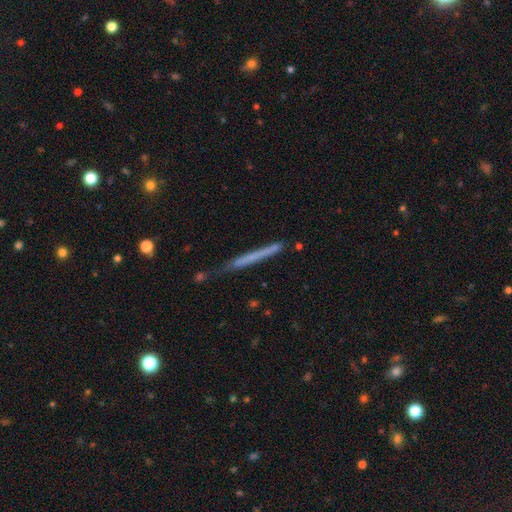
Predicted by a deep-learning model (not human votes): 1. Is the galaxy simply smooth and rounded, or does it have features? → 50% smooth, 43% featured or disk, 8% star or artifact.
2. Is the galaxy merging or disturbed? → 80% none, 15% minor disturbance, 3% major disturbance, 2% merger.